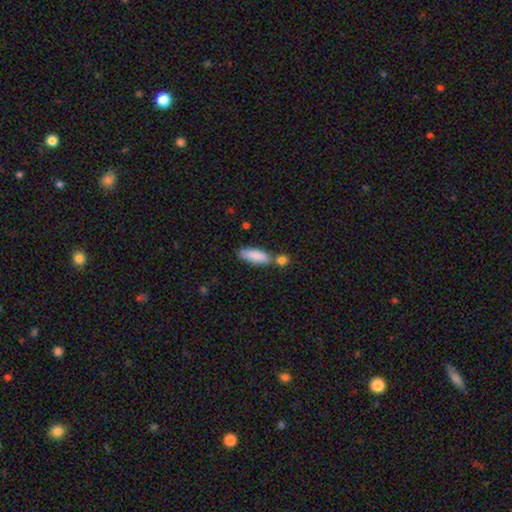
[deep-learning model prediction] Q: Smooth or featured?
A: smooth (86%); runner-up: featured or disk (8%)
Q: How rounded?
A: in between (61%); runner-up: cigar-shaped (37%)
Q: Merging?
A: none (58%); runner-up: merger (25%)